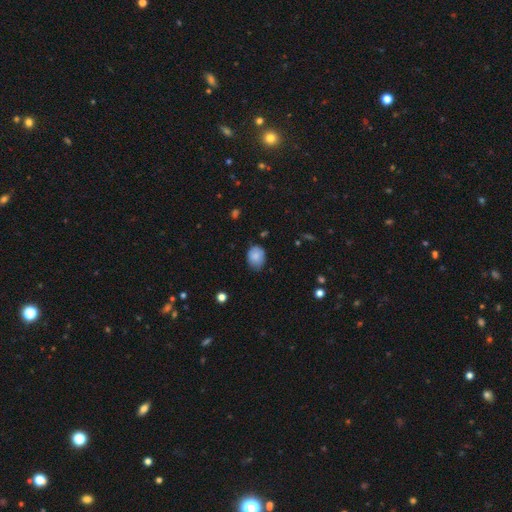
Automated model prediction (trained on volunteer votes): This appears to be a smooth galaxy with no disk features (81%) that is in between round and cigar-shaped (55%). Merging: none (65%).